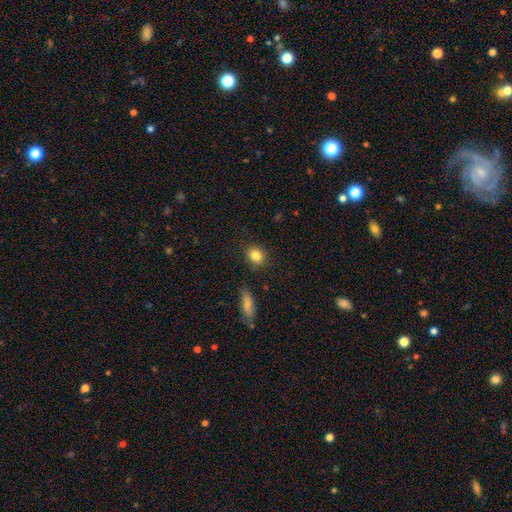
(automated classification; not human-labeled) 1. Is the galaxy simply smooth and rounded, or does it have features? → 84% smooth, 9% star or artifact, 7% featured or disk.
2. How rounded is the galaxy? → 67% round, 31% in between, 2% cigar-shaped.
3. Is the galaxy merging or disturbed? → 86% none, 10% minor disturbance, 2% major disturbance, 2% merger.